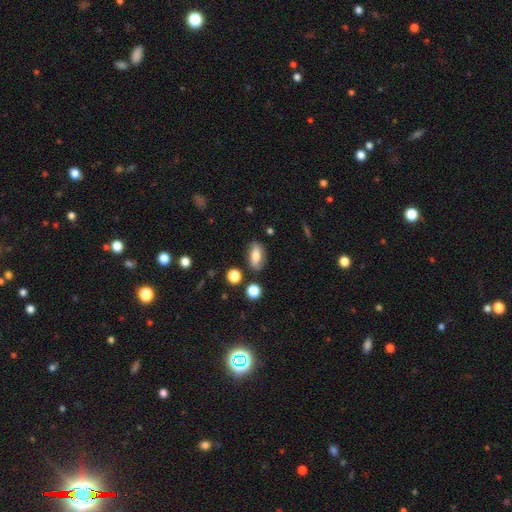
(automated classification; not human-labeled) smooth 68%, featured or disk 23%, star or artifact 9%. Down the decision tree: how rounded — in between (81%); merging — none (77%).